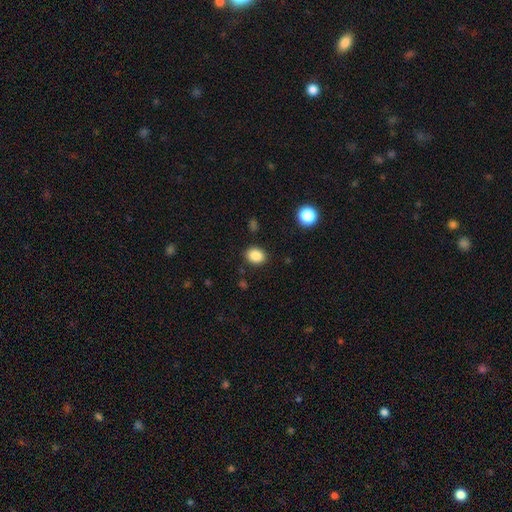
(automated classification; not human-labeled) Smooth or featured? smooth (87%)
How rounded? in between (50%)
Merging? none (87%)